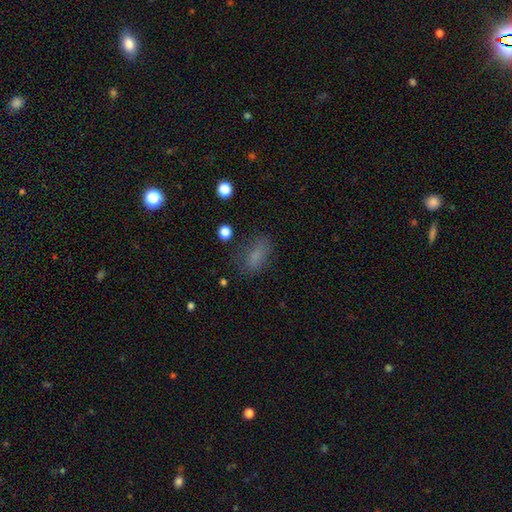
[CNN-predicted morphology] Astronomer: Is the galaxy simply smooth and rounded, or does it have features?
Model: smooth — 75%.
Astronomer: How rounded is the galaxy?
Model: in between — 83%.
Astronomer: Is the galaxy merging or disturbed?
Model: none — 64%.